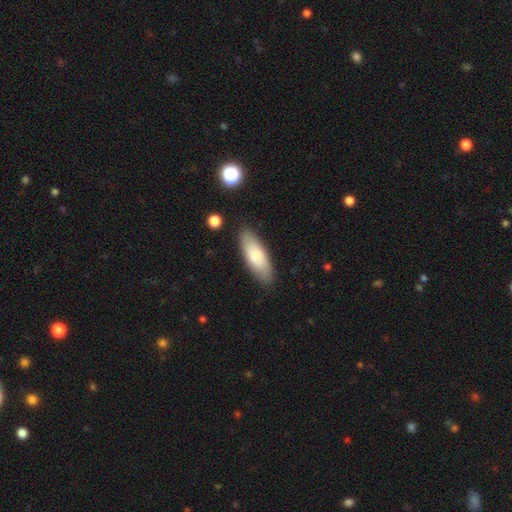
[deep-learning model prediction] Smooth or featured? Predicted: smooth (p=0.79). How rounded? Predicted: in between (p=0.67). Merging? Predicted: none (p=0.85).